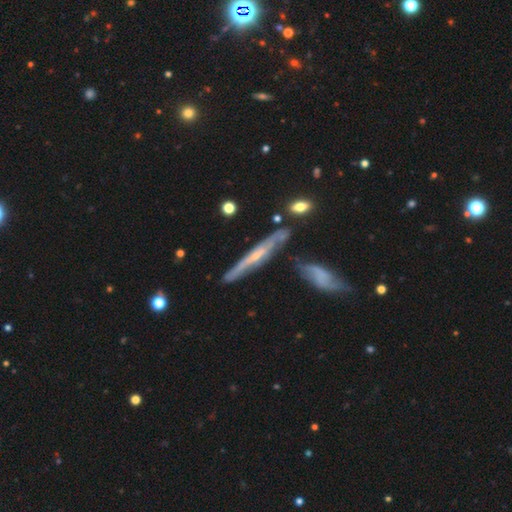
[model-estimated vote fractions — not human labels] featured or disk 70%, smooth 23%, star or artifact 7%. Down the decision tree: edge-on disk — yes (84%); edge-on bulge — rounded (56%); merging — none (66%).